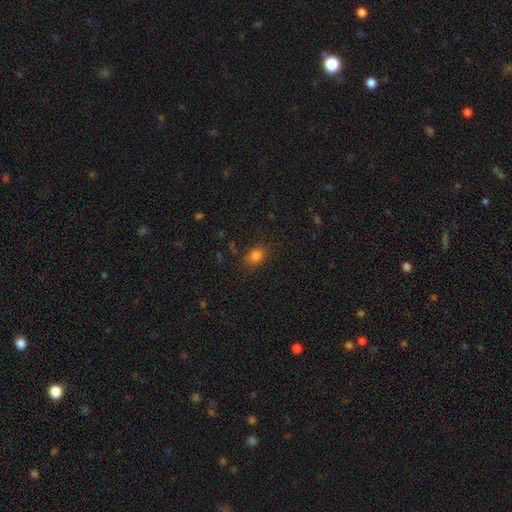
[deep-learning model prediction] Smooth or featured?
  - smooth: 82% *
  - star or artifact: 12%
  - featured or disk: 6%
How rounded?
  - in between: 58% *
  - round: 41%
  - cigar-shaped: 1%
Merging?
  - none: 81% *
  - minor disturbance: 14%
  - major disturbance: 4%
  - merger: 1%